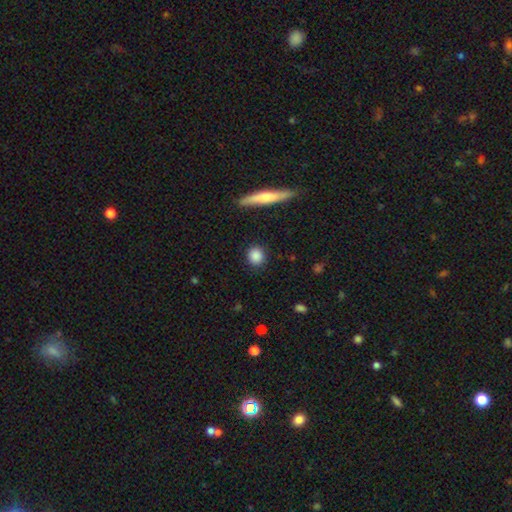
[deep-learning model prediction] smooth 87%, star or artifact 8%, featured or disk 6%. Down the decision tree: how rounded — round (80%); merging — none (89%).